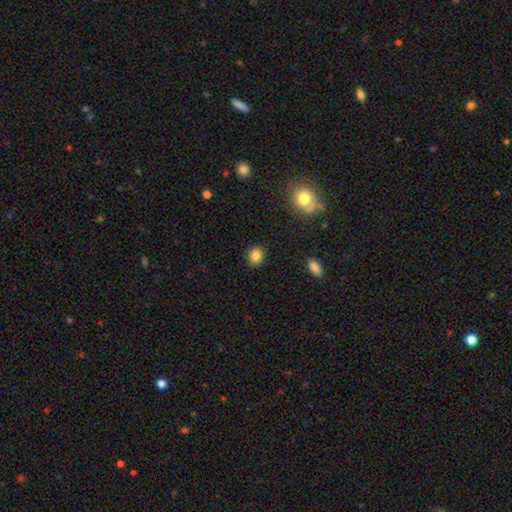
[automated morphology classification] Q: Smooth or featured?
A: smooth (84%); runner-up: star or artifact (10%)
Q: How rounded?
A: round (56%); runner-up: in between (43%)
Q: Merging?
A: none (89%); runner-up: minor disturbance (8%)